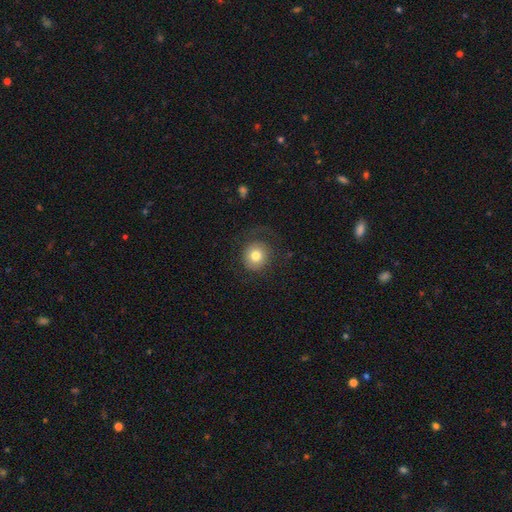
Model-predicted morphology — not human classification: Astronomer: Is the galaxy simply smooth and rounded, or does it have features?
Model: smooth — 73%.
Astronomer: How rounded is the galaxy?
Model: round — 90%.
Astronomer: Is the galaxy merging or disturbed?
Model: none — 70%.